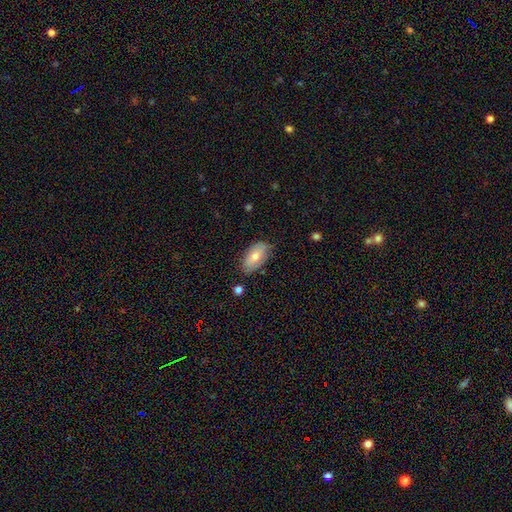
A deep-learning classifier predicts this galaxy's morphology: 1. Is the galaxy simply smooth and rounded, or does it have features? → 70% smooth, 23% featured or disk, 7% star or artifact.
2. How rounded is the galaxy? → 93% in between, 4% round, 4% cigar-shaped.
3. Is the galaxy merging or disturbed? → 74% none, 20% minor disturbance, 3% major disturbance, 2% merger.